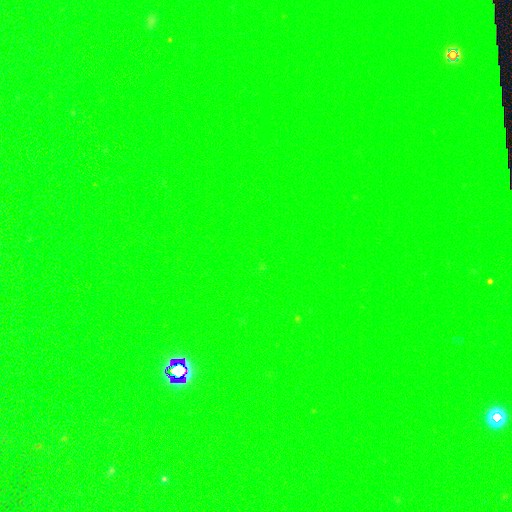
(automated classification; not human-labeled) This appears to be a star or artifact, not a galaxy (76%).